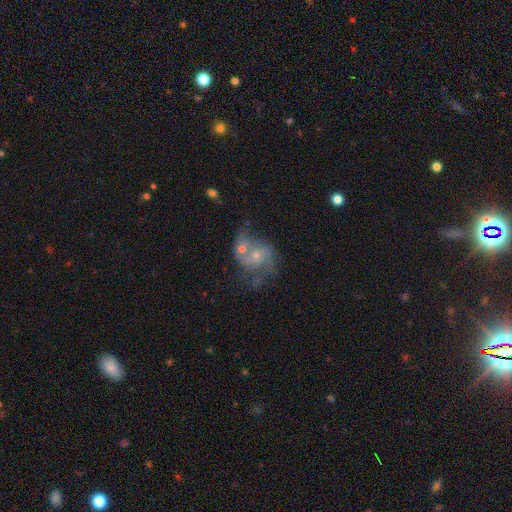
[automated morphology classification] Smooth or featured? Predicted: featured or disk (p=0.72). Edge-on disk? Predicted: no (p=0.98). Bar? Predicted: no (p=0.64). Spiral arms? Predicted: yes (p=0.85). Spiral winding? Predicted: medium (p=0.45). Spiral arm count? Predicted: 2 (p=0.78). Bulge size? Predicted: small (p=0.58). Merging? Predicted: merger (p=0.47).